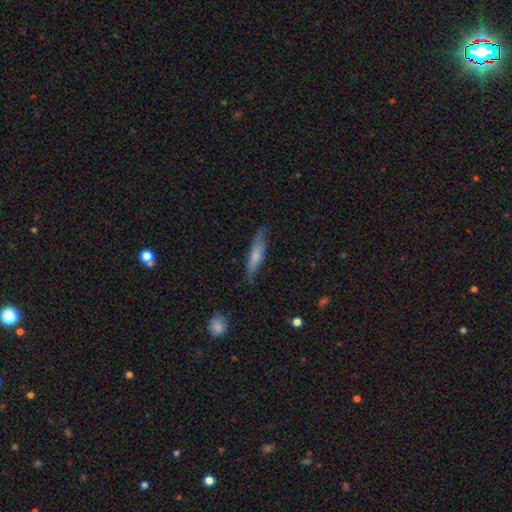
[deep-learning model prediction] Smooth or featured? Predicted: smooth (p=0.64). How rounded? Predicted: cigar-shaped (p=0.83). Merging? Predicted: none (p=0.73).